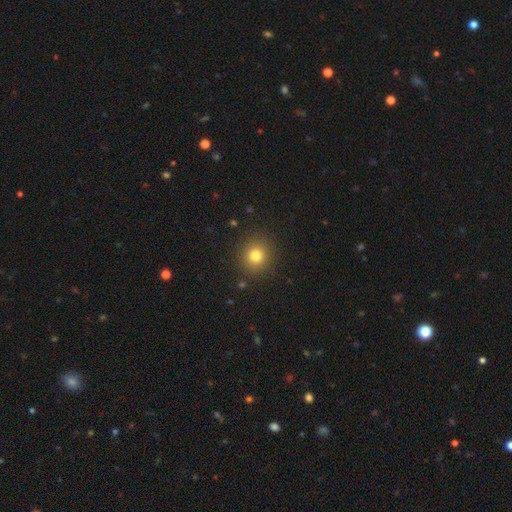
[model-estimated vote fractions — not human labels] Overall: smooth (79%). How rounded: round (92%). Merging: none (89%).